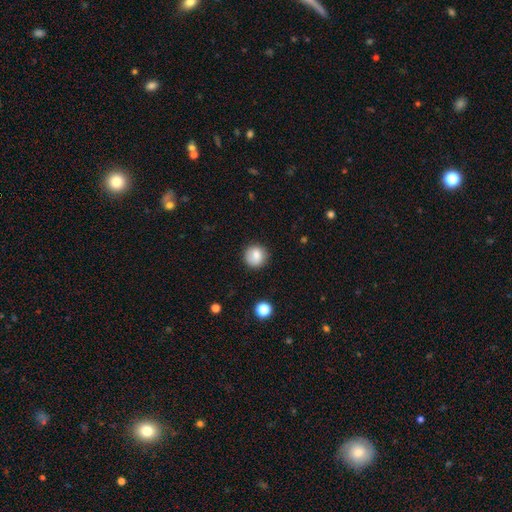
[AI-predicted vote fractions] Smooth or featured? smooth (84%)
How rounded? round (91%)
Merging? none (85%)